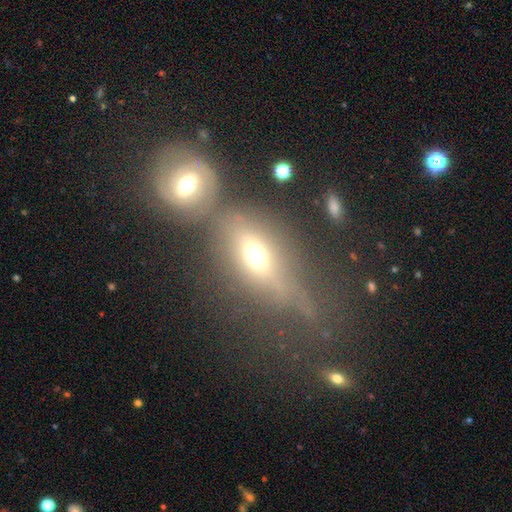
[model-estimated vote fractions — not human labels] A smooth galaxy with no disk features (45%).

Vote fractions:
- Smooth or featured? smooth: 45% / featured or disk: 41% / star or artifact: 14%
- Merging? none: 34% (tied) / merger: 34% (tied) / major disturbance: 16% / minor disturbance: 15%